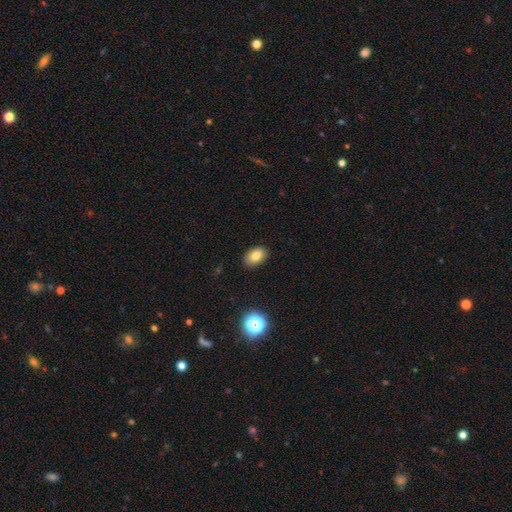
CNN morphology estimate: A smooth galaxy with no disk features (82%) that is in between round and cigar-shaped (87%). Merging: none (87%).